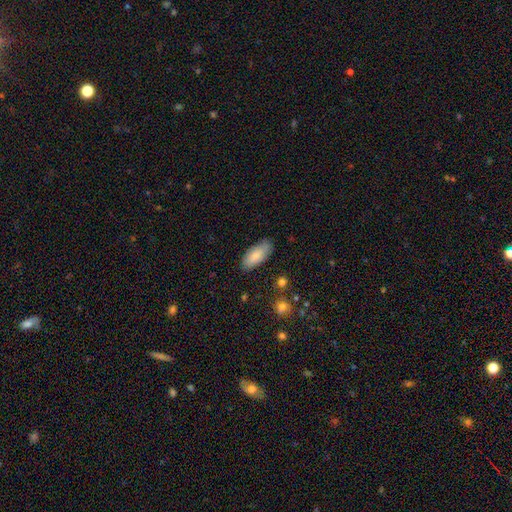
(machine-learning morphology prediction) Smooth or featured?
  - smooth: 84% *
  - featured or disk: 10%
  - star or artifact: 6%
How rounded?
  - in between: 87% *
  - cigar-shaped: 12%
  - round: 2%
Merging?
  - none: 80% *
  - minor disturbance: 15%
  - major disturbance: 3%
  - merger: 2%